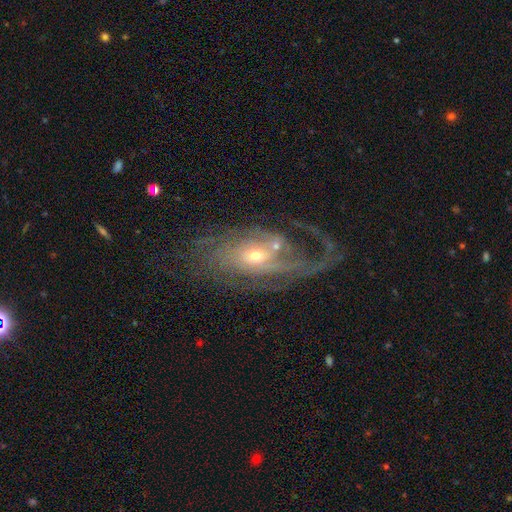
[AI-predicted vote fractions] Smooth or featured?
  - featured or disk: 80% *
  - smooth: 12%
  - star or artifact: 8%
Edge-on disk?
  - no: 94% *
  - yes: 6%
Bar?
  - no: 65% *
  - weak: 26%
  - strong: 9%
Spiral arms?
  - yes: 86% *
  - no: 14%
Spiral winding?
  - tight: 37% *
  - medium: 36%
  - loose: 27%
Spiral arm count?
  - can't tell: 34% *
  - 2: 28%
  - 1: 13%
  - 3: 13%
  - 4: 7%
  - more than 4: 6%
Bulge size?
  - small: 55% *
  - moderate: 40%
  - large: 3%
  - none: 1%
  - dominant: 1%
Merging?
  - none: 45% *
  - major disturbance: 31%
  - minor disturbance: 17%
  - merger: 7%